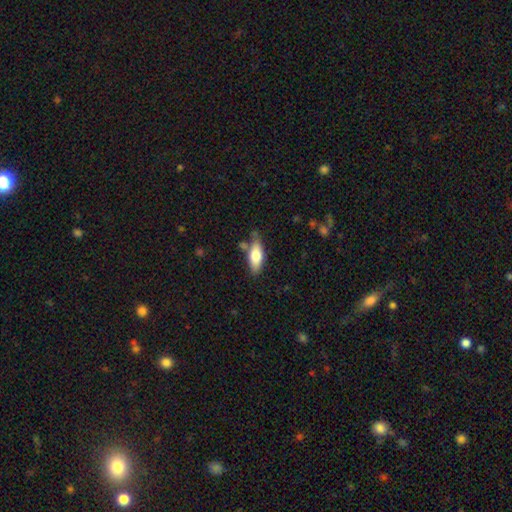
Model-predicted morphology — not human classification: Smooth or featured? smooth (69%)
How rounded? in between (70%)
Merging? none (71%)